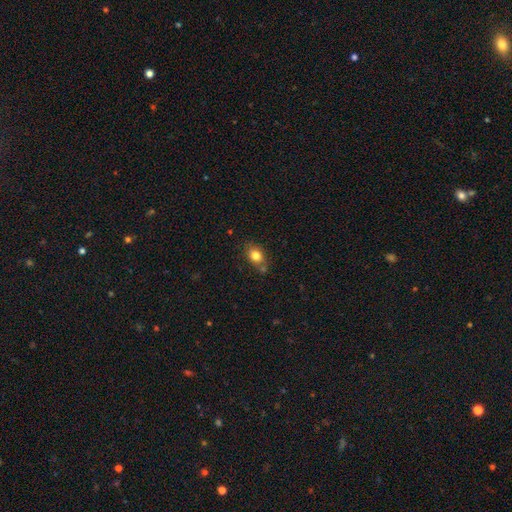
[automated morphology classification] smooth_or_featured: smooth (p=0.81) [alt: featured or disk p=0.10]
how_rounded: in between (p=0.66) [alt: round p=0.33]
merging: none (p=0.67) [alt: minor disturbance p=0.19]